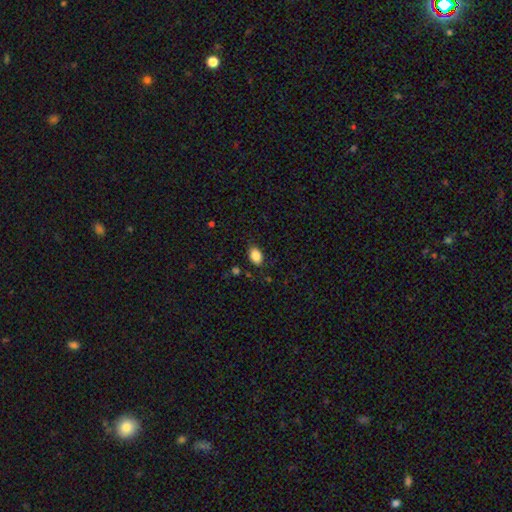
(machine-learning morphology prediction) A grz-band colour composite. It shows a smooth galaxy with no disk features (86%) that is in between round and cigar-shaped (84%). Merging: none (84%).